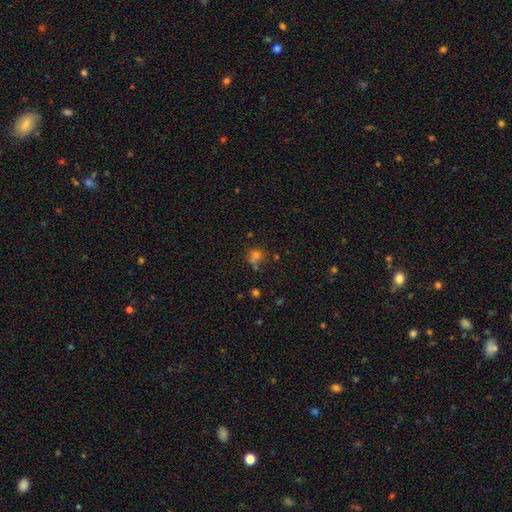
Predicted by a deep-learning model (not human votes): A smooth galaxy with no disk features (67%) that is round (78%). Merging: none (59%).